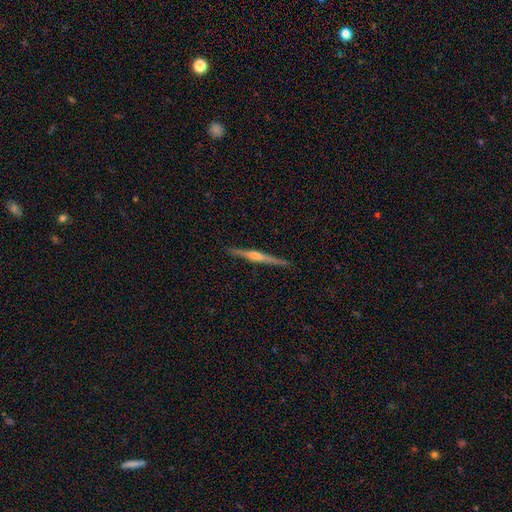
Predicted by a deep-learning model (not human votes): Smooth or featured? featured or disk (81%)
Edge-on disk? yes (98%)
Edge-on bulge? rounded (87%)
Merging? none (92%)